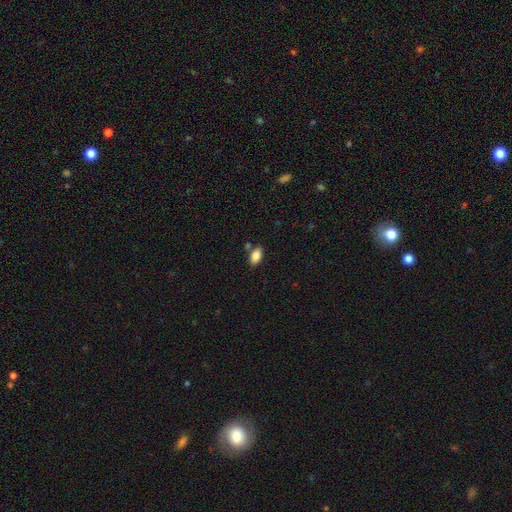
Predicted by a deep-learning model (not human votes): Smooth or featured? smooth (85%)
How rounded? in between (92%)
Merging? none (78%)